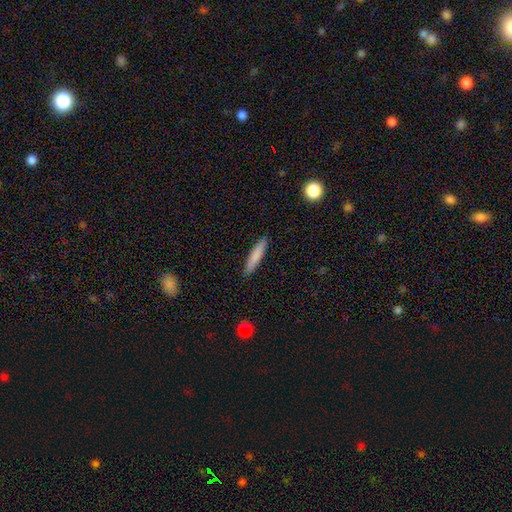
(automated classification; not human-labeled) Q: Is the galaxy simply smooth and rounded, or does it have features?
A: smooth — 80%.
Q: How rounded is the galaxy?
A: cigar-shaped — 90%.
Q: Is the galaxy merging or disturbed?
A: none — 91%.